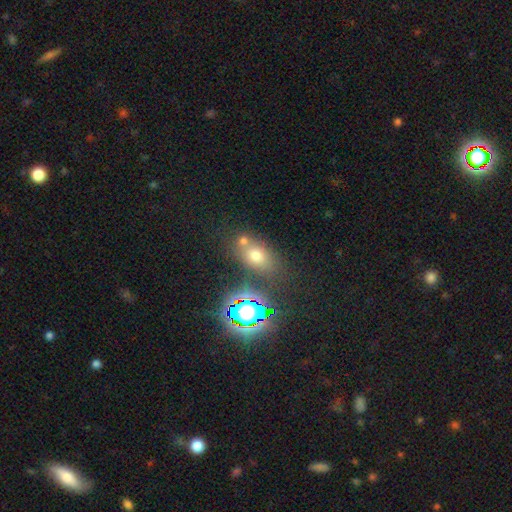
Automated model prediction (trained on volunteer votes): Smooth or featured: smooth — 64% (star or artifact — 22%)
How rounded: in between — 71% (round — 25%)
Merging: none — 64% (merger — 17%)